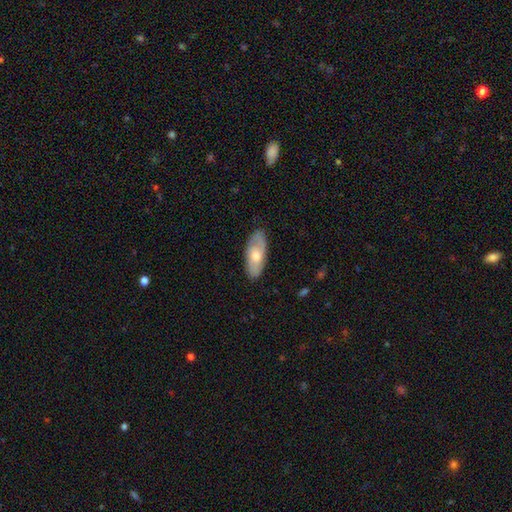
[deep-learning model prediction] Smooth or featured? Predicted: smooth (p=0.49). Merging? Predicted: none (p=0.83).